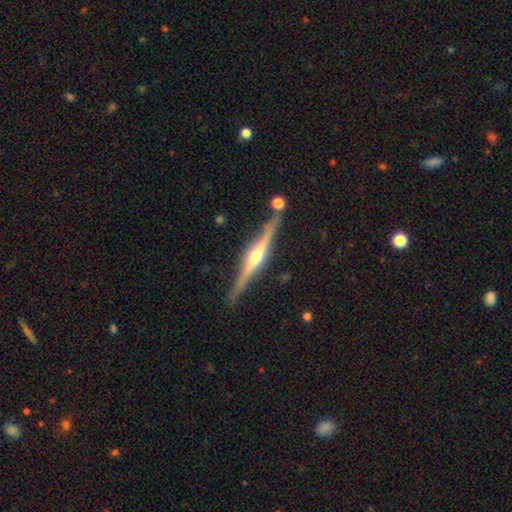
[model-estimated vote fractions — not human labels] This appears to be a featured or disk galaxy (83%) viewed edge-on (98%) with a rounded central bulge (90%). Merging: none (84%).